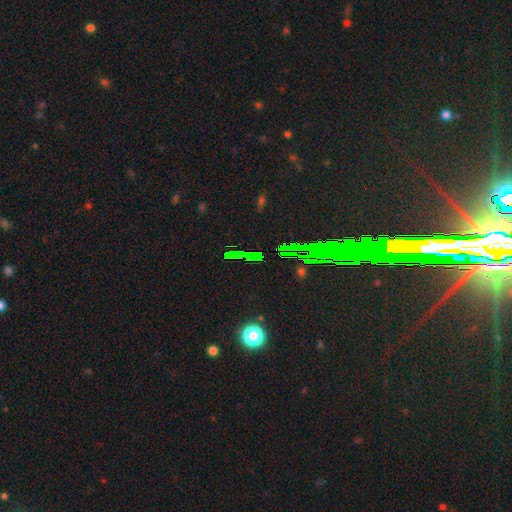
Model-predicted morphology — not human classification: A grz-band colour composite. It shows a star or artifact, not a galaxy (71%).